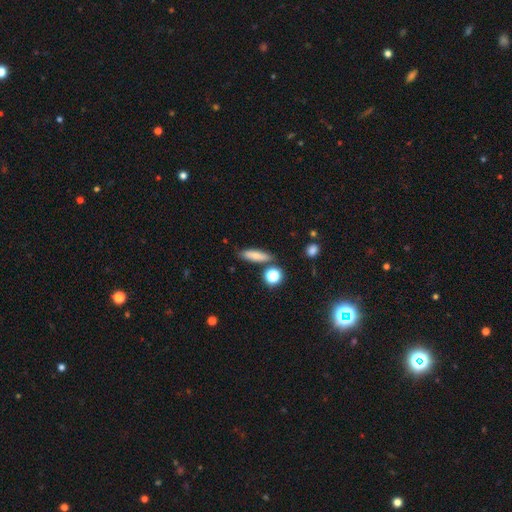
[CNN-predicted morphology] Overall: smooth (78%). How rounded: cigar-shaped (58%; in between 36%). Merging: none (79%).